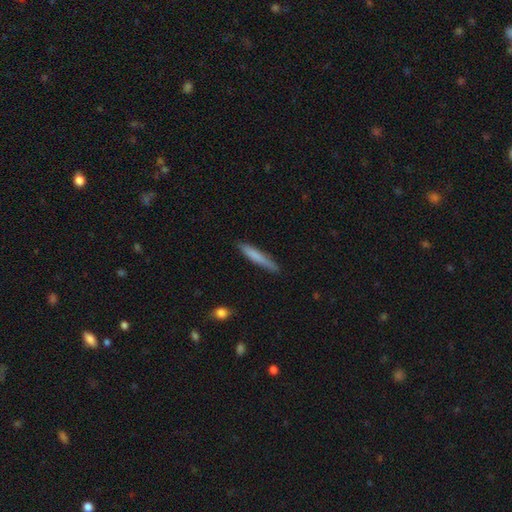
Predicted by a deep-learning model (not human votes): Q: Smooth or featured?
A: smooth (75%); runner-up: featured or disk (19%)
Q: How rounded?
A: cigar-shaped (94%); runner-up: in between (5%)
Q: Merging?
A: none (84%); runner-up: minor disturbance (12%)